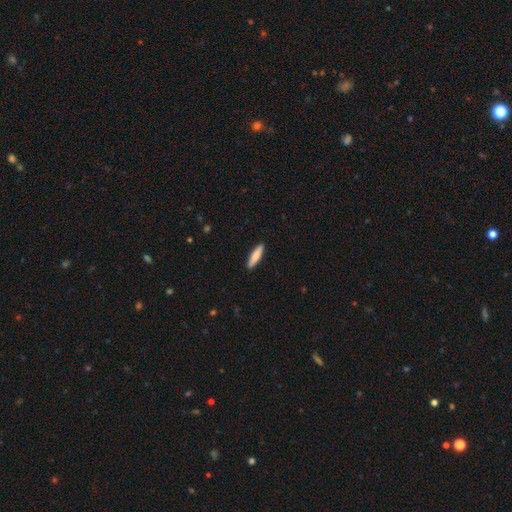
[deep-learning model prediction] smooth_or_featured: smooth (p=0.80) [alt: featured or disk p=0.14]
how_rounded: cigar-shaped (p=0.80) [alt: in between p=0.19]
merging: none (p=0.90) [alt: minor disturbance p=0.07]